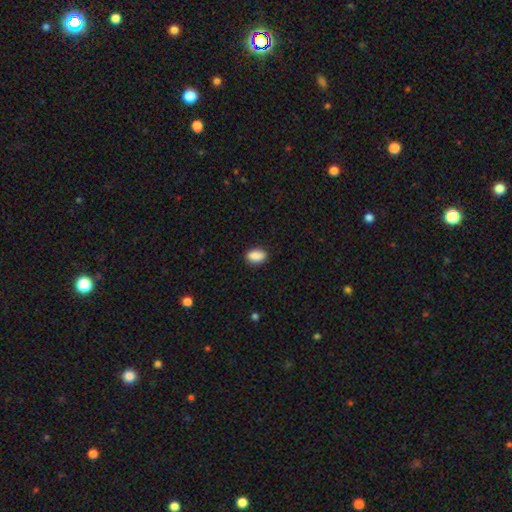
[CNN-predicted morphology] Smooth or featured?
  - smooth: 89% *
  - star or artifact: 8%
  - featured or disk: 3%
How rounded?
  - in between: 86% *
  - round: 12%
  - cigar-shaped: 2%
Merging?
  - none: 86% *
  - minor disturbance: 11%
  - major disturbance: 2%
  - merger: 1%